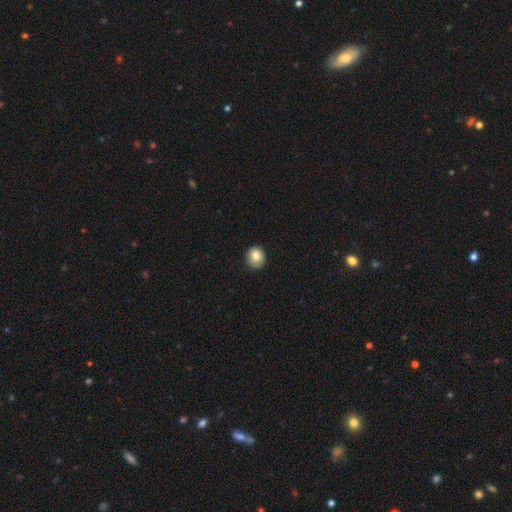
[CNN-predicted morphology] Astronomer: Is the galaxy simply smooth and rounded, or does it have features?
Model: smooth — 84%.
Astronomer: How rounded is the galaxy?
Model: round — 79%.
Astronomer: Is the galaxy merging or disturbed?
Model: none — 87%.